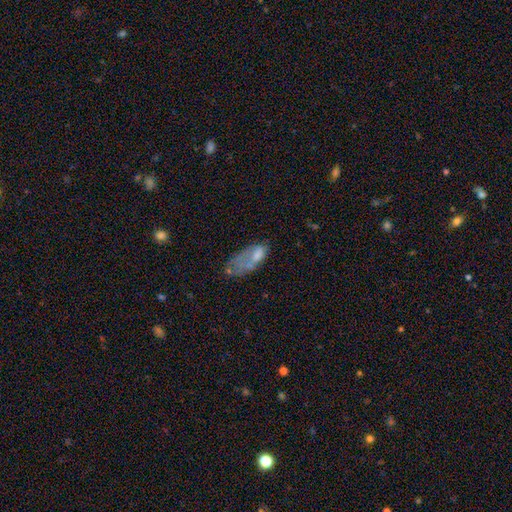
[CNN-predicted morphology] A smooth galaxy with no disk features (60%) that is in between round and cigar-shaped (84%). Merging: major disturbance (37%).